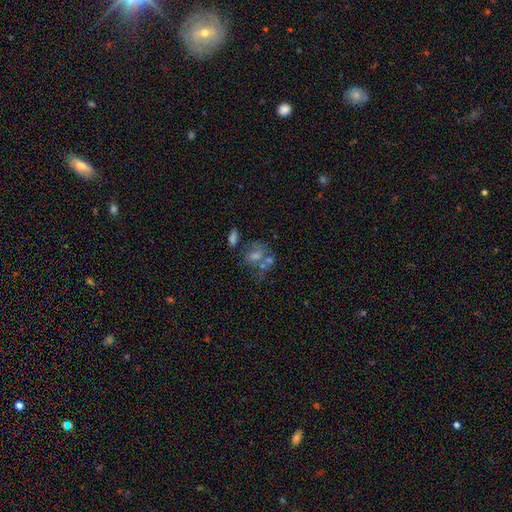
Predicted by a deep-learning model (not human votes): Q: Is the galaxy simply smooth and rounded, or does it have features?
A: featured or disk — 43%.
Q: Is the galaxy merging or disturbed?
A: none — 38%.